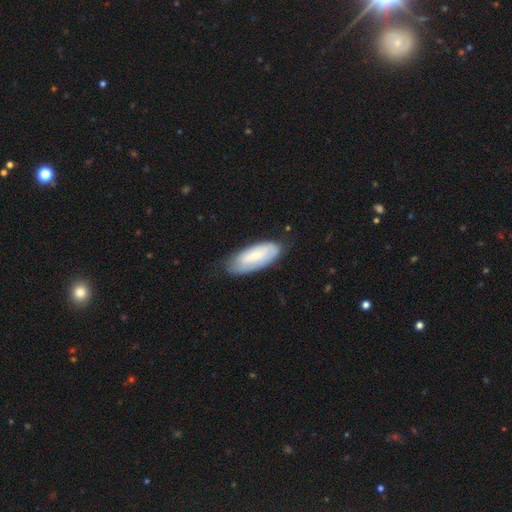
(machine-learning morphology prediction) type=smooth (58%); roundness=in between (79%); merging=none (66%).